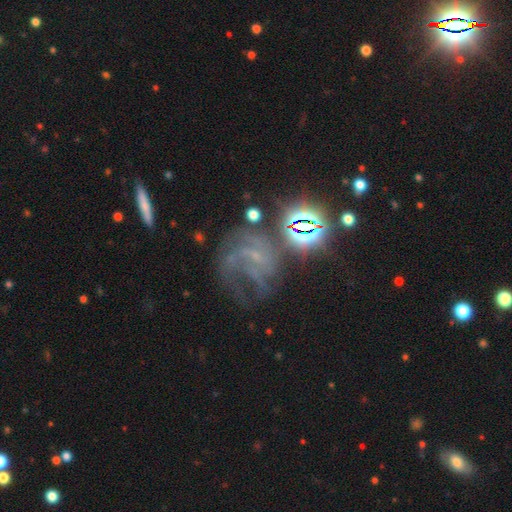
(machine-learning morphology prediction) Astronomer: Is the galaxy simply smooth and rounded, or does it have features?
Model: featured or disk — 59%.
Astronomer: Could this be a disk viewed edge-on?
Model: no — 97%.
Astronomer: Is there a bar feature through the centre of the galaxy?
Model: no — 63%.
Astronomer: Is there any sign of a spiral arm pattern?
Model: yes — 78%.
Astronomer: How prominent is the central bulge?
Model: small — 55% (runner-up: none, 34%).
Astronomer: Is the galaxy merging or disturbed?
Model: major disturbance — 36%, tied with none at 36%.